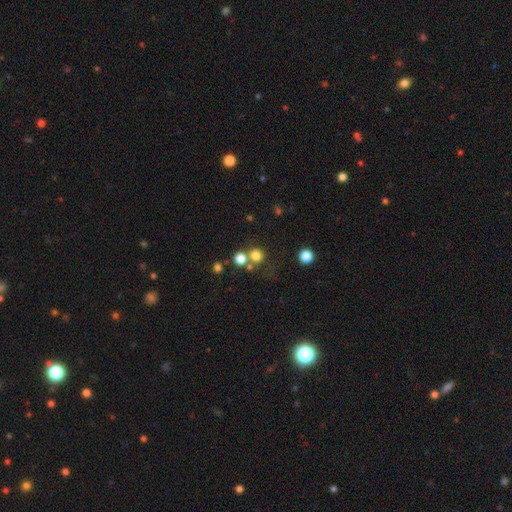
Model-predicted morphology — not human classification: A smooth galaxy with no disk features (76%) that is round (91%).

Vote fractions:
- Smooth or featured? smooth: 76% / star or artifact: 17% / featured or disk: 7%
- How rounded? round: 91% / in between: 8% / cigar-shaped: 1%
- Merging? none: 64% / merger: 24% / minor disturbance: 8% / major disturbance: 4%